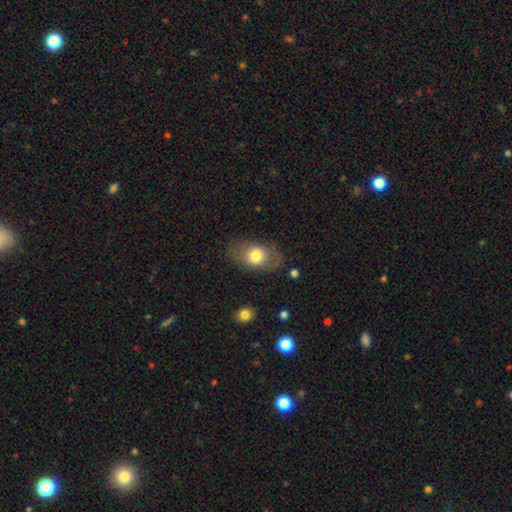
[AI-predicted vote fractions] Smooth or featured: smooth — 71% (featured or disk — 22%)
How rounded: in between — 82% (round — 16%)
Merging: none — 75% (minor disturbance — 16%)